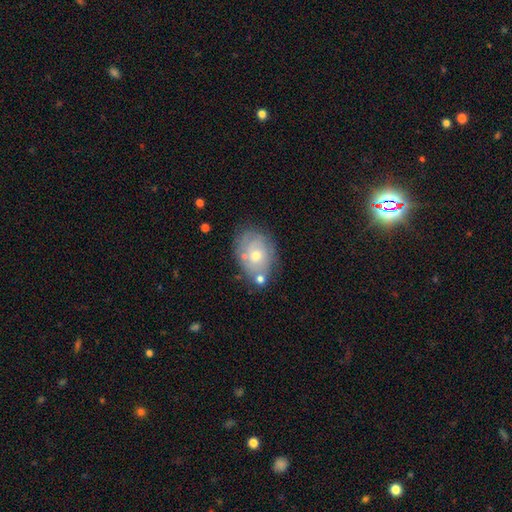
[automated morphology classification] This appears to be a featured or disk galaxy (51%). Merging: none (63%).